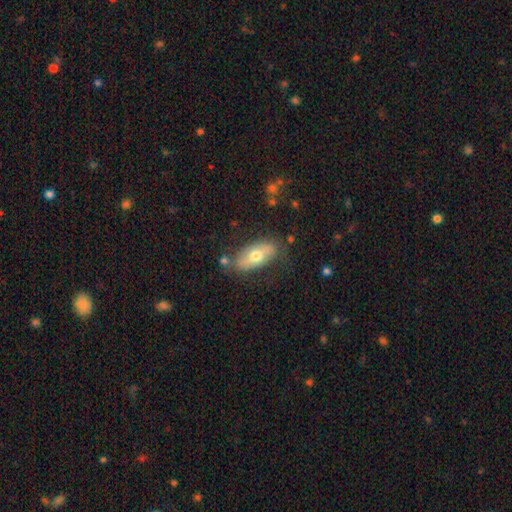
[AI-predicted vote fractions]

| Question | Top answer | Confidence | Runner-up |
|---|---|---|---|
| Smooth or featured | smooth | 59% | featured or disk (35%) |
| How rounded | in between | 85% | cigar-shaped (11%) |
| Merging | none | 76% | minor disturbance (16%) |